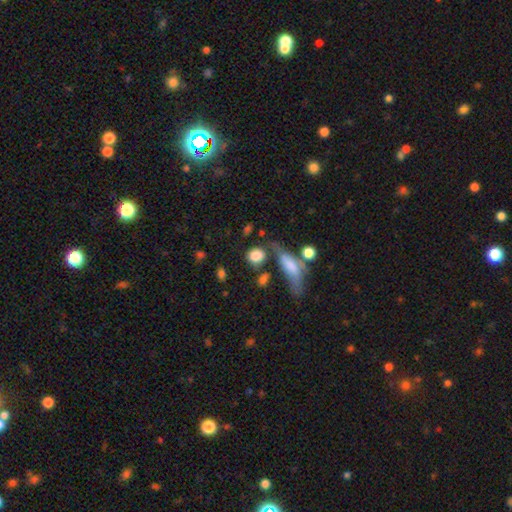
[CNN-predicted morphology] smooth_or_featured: smooth (p=0.81) [alt: featured or disk p=0.10]
how_rounded: round (p=0.63) [alt: in between p=0.32]
merging: none (p=0.56) [alt: minor disturbance p=0.18]